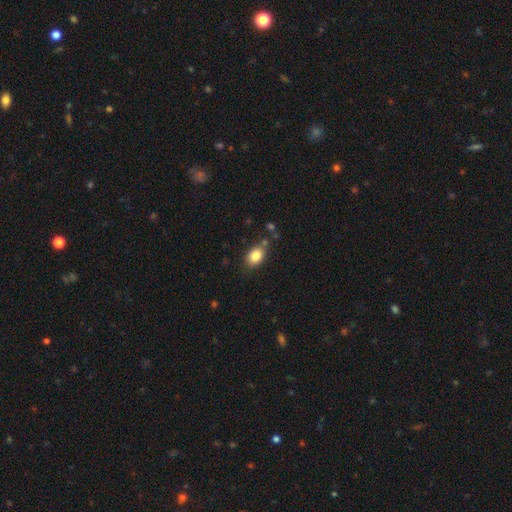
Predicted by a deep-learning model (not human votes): This is clearly a smooth galaxy (84%). How rounded: clearly in between (81%). Merging: likely none (73%).